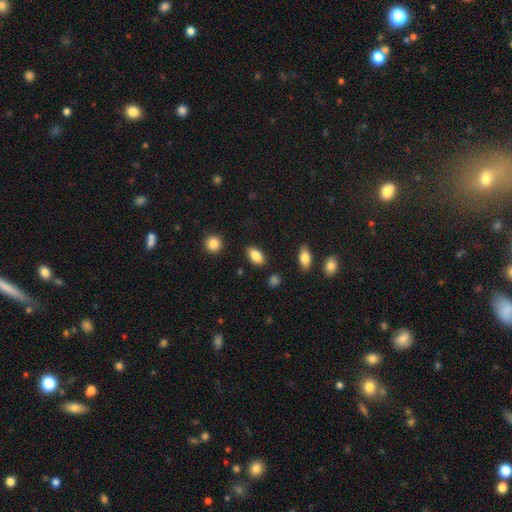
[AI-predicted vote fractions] Overall: smooth (85%). How rounded: in between (90%). Merging: none (85%).